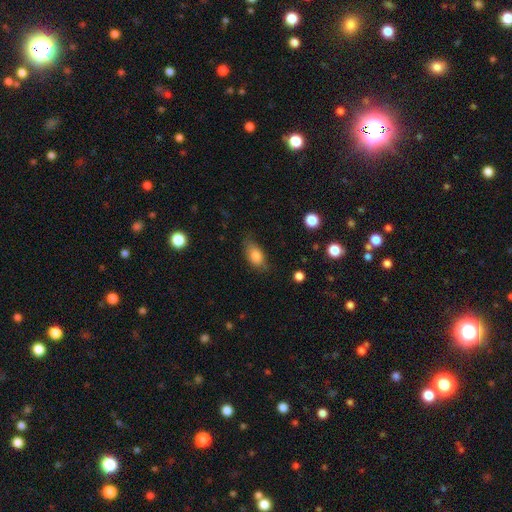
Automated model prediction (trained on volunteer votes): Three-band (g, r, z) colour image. It shows a smooth galaxy with no disk features (81%) that is in between round and cigar-shaped (87%). Merging: none (69%).